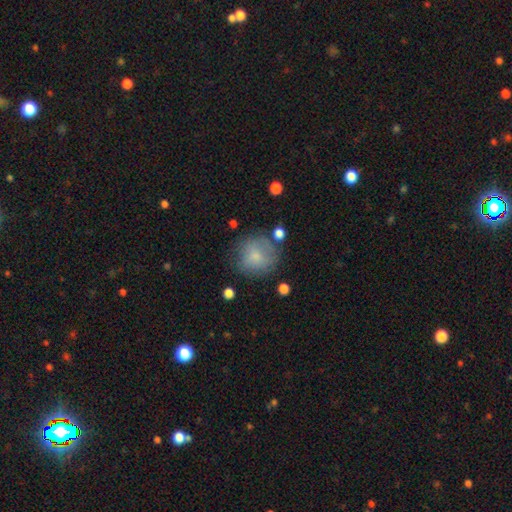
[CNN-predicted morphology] A smooth galaxy with no disk features (75%) that is round (86%). Merging: none (67%).